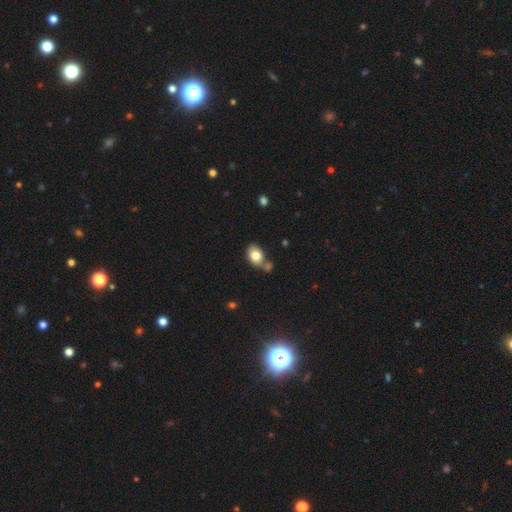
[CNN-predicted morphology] The model was most divided on "merging": none: 50%, merger: 27%, minor disturbance: 18%, major disturbance: 6%. More confident: how rounded — in between (79%); smooth or featured — smooth (79%).